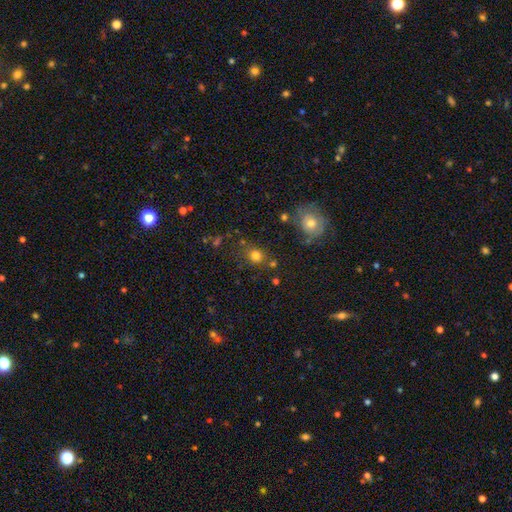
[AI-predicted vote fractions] A smooth galaxy with no disk features (77%) that is round (79%). Merging: none (73%).